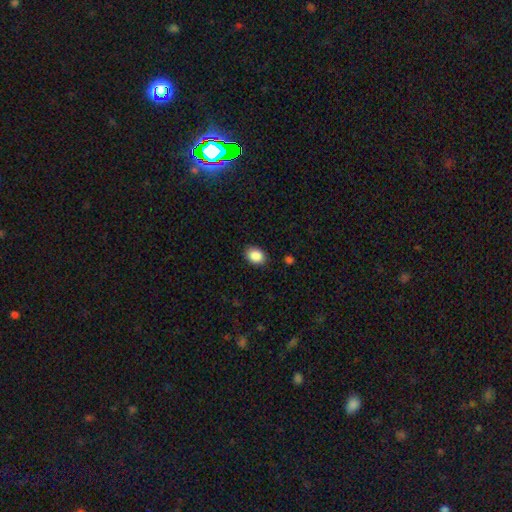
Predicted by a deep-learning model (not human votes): The model was most divided on "how rounded": in between: 75%, round: 24%, cigar-shaped: 1%. More confident: smooth or featured — smooth (88%); merging — none (87%).